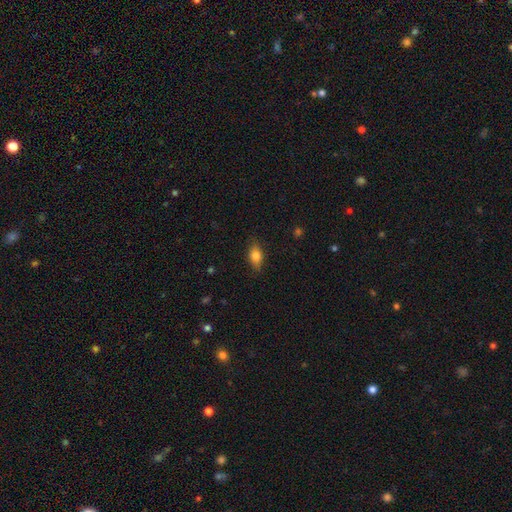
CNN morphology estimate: The model was most divided on "smooth or featured": smooth: 77%, featured or disk: 15%, star or artifact: 8%. More confident: how rounded — in between (82%); merging — none (82%).